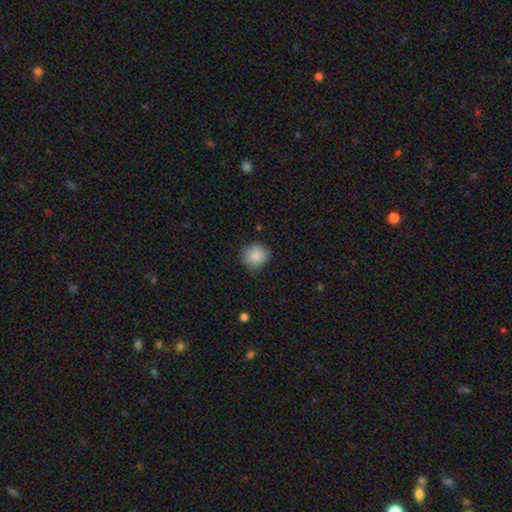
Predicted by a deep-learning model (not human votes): Smooth or featured? smooth (87%)
How rounded? round (91%)
Merging? none (82%)